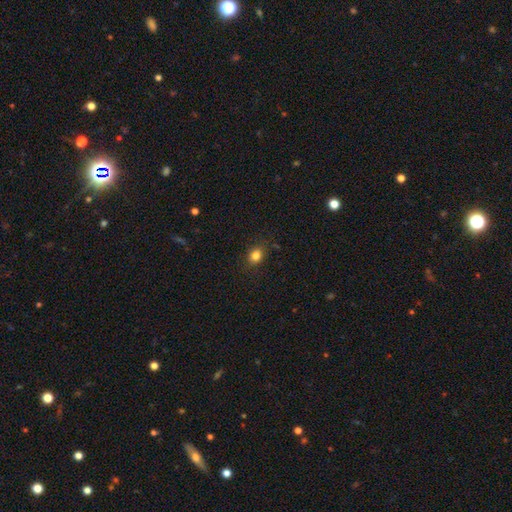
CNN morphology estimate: A smooth galaxy with no disk features (83%) that is round (53%).

Vote fractions:
- Smooth or featured? smooth: 83% / star or artifact: 12% / featured or disk: 5%
- How rounded? round: 53% / in between: 45% / cigar-shaped: 1%
- Merging? none: 85% / minor disturbance: 11% / major disturbance: 3% / merger: 1%